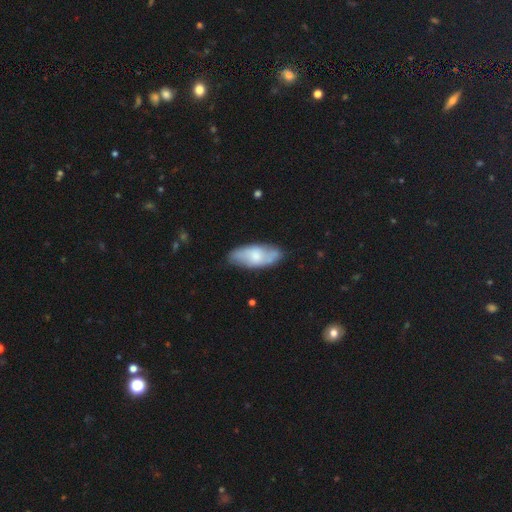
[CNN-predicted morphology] Smooth or featured: smooth — 57% (featured or disk — 37%)
How rounded: in between — 84% (cigar-shaped — 14%)
Merging: none — 76% (minor disturbance — 18%)